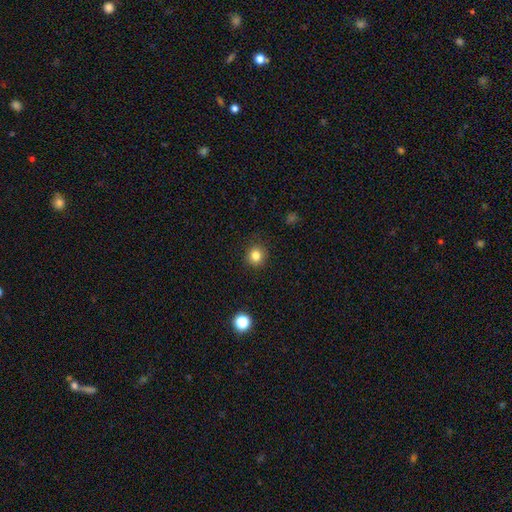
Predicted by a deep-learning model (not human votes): This is clearly a smooth galaxy (83%). How rounded: clearly round (89%). Merging: clearly none (90%).